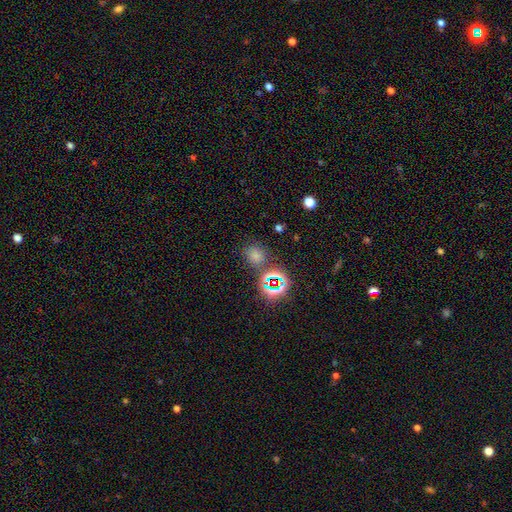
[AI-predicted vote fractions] Smooth or featured? Predicted: smooth (p=0.59). How rounded? Predicted: round (p=0.67). Merging? Predicted: none (p=0.73).